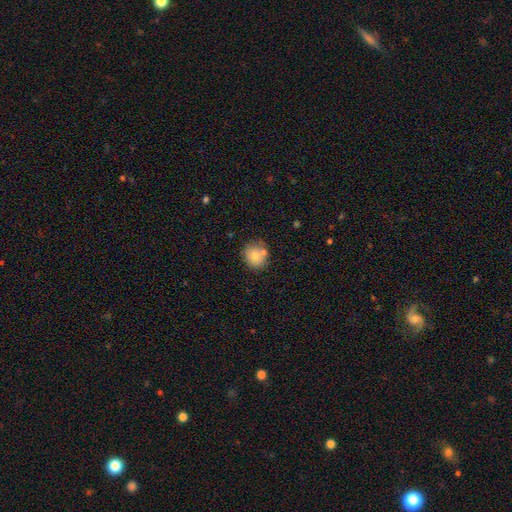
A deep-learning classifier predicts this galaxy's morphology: Q: Smooth or featured?
A: smooth (78%); runner-up: featured or disk (13%)
Q: How rounded?
A: round (80%); runner-up: in between (19%)
Q: Merging?
A: none (67%); runner-up: merger (15%)